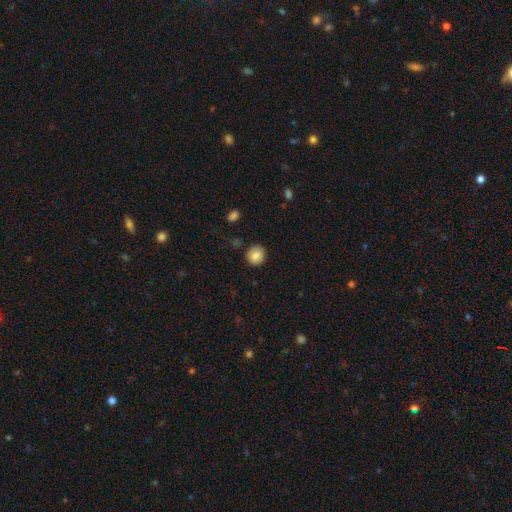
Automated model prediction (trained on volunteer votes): Smooth or featured? Predicted: smooth (p=0.82). How rounded? Predicted: round (p=0.84). Merging? Predicted: none (p=0.83).